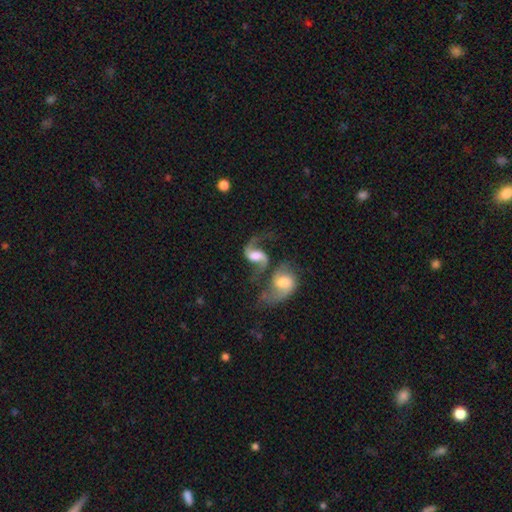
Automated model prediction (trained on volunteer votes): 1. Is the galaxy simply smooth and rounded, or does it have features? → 84% featured or disk, 10% smooth, 6% star or artifact.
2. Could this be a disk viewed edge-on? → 97% no, 3% yes.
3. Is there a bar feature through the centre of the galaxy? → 46% weak, 31% no, 23% strong.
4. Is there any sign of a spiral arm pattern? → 95% yes, 5% no.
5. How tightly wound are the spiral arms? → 69% loose, 27% medium, 5% tight.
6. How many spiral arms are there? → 89% 2, 6% 1, 2% can't tell, 1% 3, 1% 4, 1% more than 4.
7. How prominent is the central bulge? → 40% moderate, 31% large, 15% small, 10% none, 4% dominant.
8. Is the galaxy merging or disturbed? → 47% merger, 30% none, 12% major disturbance, 11% minor disturbance.